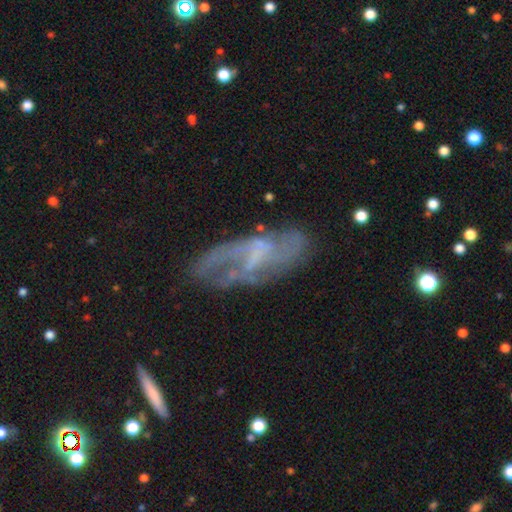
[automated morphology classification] A featured or disk galaxy (74%) with a weak bar (45%), 2 (48%) medium (40%) spiral arms (76%) and no central bulge (55%). Merging: none (62%).